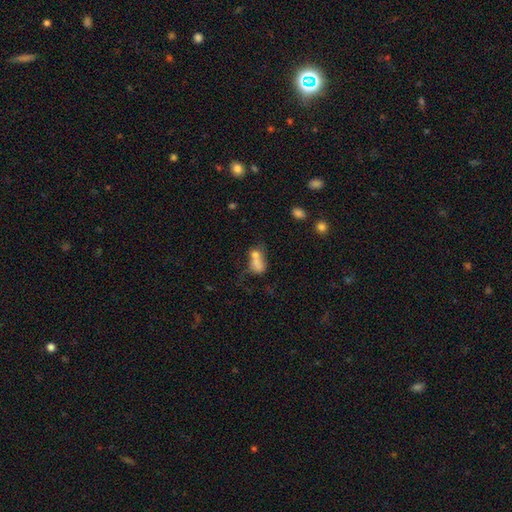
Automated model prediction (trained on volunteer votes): Morphology: type=smooth (69%); roundness=in between (67%); merging=merger (61%).